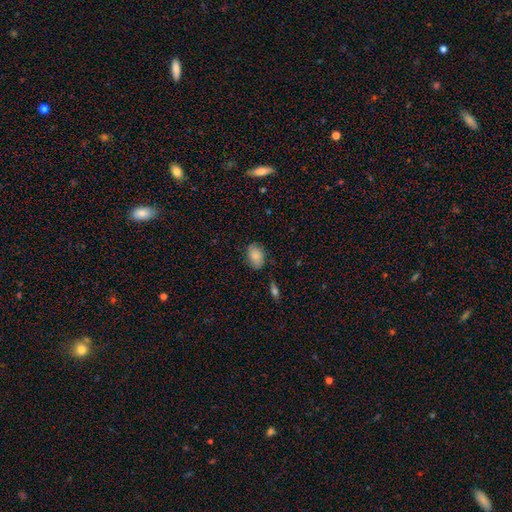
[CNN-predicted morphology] Smooth or featured? smooth (83%)
How rounded? in between (81%)
Merging? none (75%)